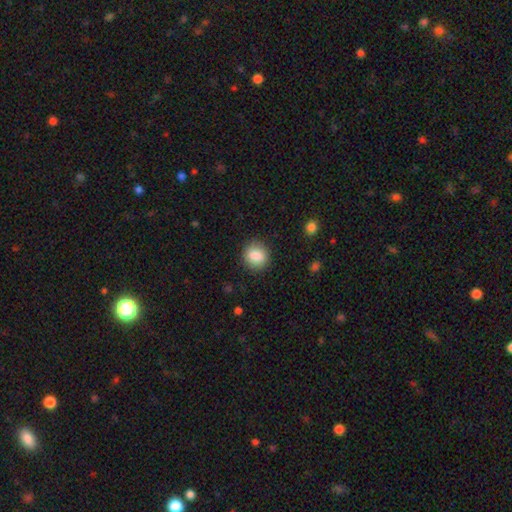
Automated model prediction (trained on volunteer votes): smooth-or-featured: smooth: 86% | star or artifact: 9% | featured or disk: 6%
  how-rounded: round: 82% | in between: 17% | cigar-shaped: 1%
  merging: none: 88% | minor disturbance: 8% | major disturbance: 3% | merger: 1%